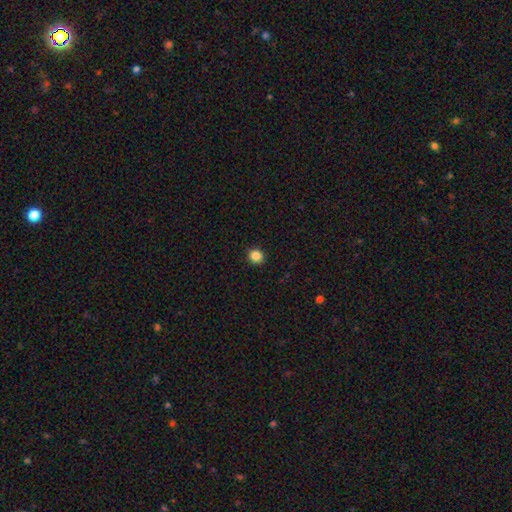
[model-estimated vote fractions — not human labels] smooth-or-featured: smooth: 86% | star or artifact: 11% | featured or disk: 3%
  how-rounded: round: 87% | in between: 12% | cigar-shaped: 1%
  merging: none: 93% | minor disturbance: 5% | major disturbance: 2% | merger: 1%